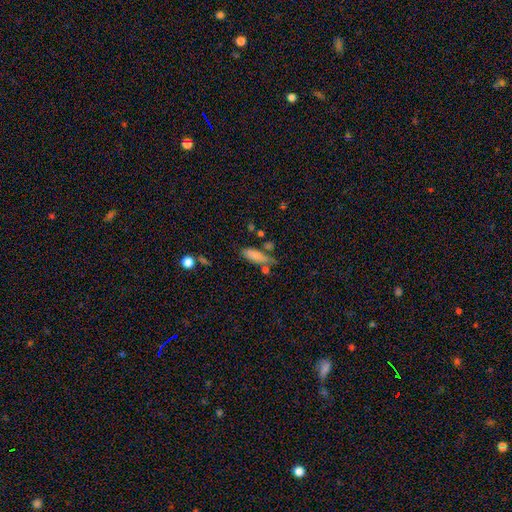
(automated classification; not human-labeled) Q: Smooth or featured?
A: smooth (78%); runner-up: featured or disk (14%)
Q: How rounded?
A: in between (56%); runner-up: cigar-shaped (41%)
Q: Merging?
A: none (56%); runner-up: minor disturbance (23%)